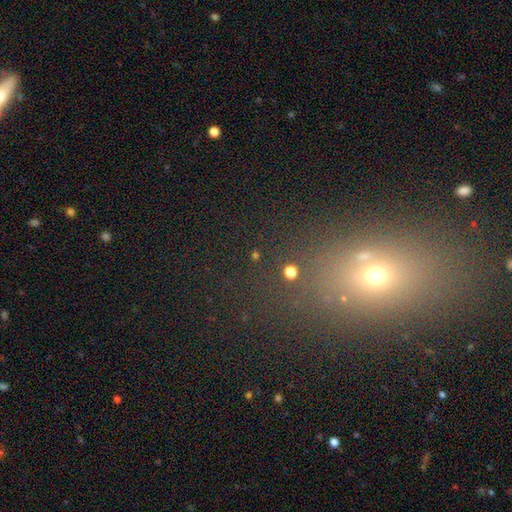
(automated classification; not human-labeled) A star or artifact, not a galaxy (51%).